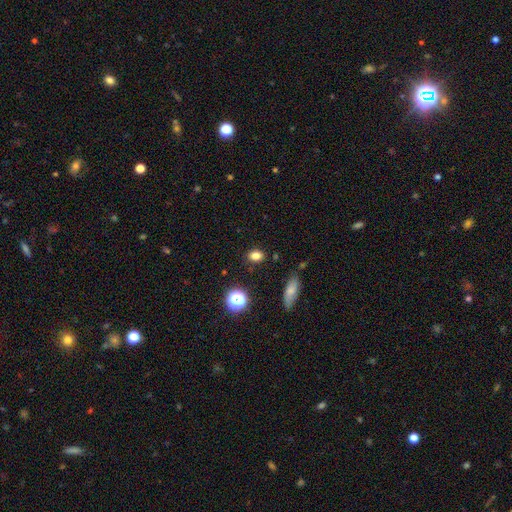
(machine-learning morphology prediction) smooth-or-featured: smooth: 80% | star or artifact: 14% | featured or disk: 7%
  how-rounded: in between: 63% | round: 34% | cigar-shaped: 2%
  merging: none: 85% | minor disturbance: 10% | major disturbance: 3% | merger: 2%